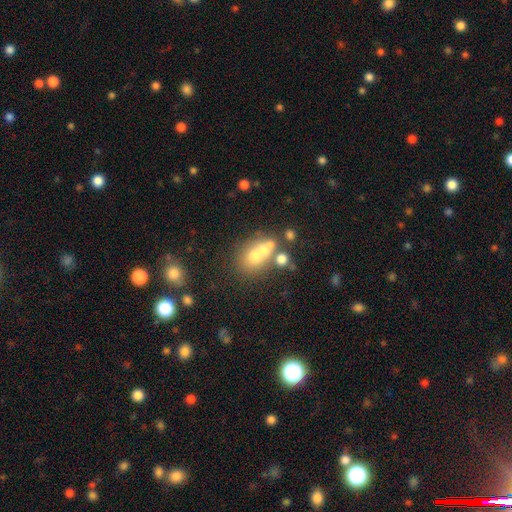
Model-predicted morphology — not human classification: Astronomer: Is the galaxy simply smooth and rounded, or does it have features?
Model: smooth — 57%.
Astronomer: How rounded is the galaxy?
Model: round — 52% (runner-up: in between, 46%).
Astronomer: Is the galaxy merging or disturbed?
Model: merger — 44% (runner-up: none, 38%).